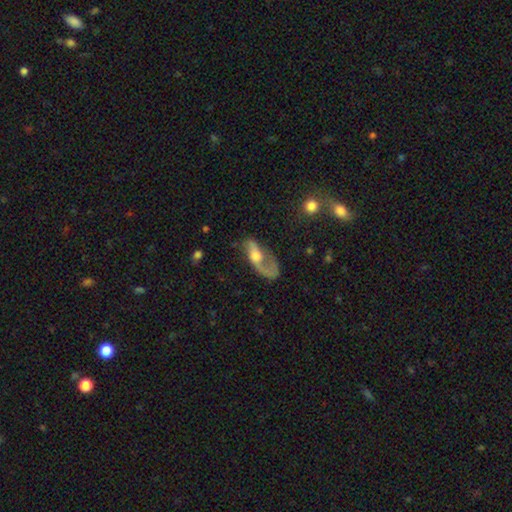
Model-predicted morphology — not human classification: smooth-or-featured: featured or disk: 68% | smooth: 21% | star or artifact: 12%
  disk-edge-on: no: 86% | yes: 14%
    bar: no: 66% | weak: 25% | strong: 10%
    has-spiral-arms: yes: 75% | no: 25%
    bulge-size: moderate: 63% | small: 18% | large: 14% | none: 4% | dominant: 2%
  merging: none: 52% | major disturbance: 20% | minor disturbance: 20% | merger: 8%